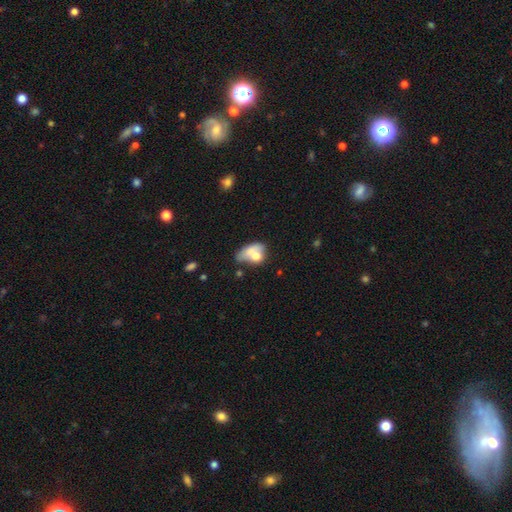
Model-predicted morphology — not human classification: A smooth galaxy with no disk features (63%) that is in between round and cigar-shaped (73%).

Vote fractions:
- Smooth or featured? smooth: 63% / featured or disk: 28% / star or artifact: 9%
- How rounded? in between: 73% / round: 24% / cigar-shaped: 3%
- Merging? merger: 49% / none: 19% / major disturbance: 17% / minor disturbance: 16%